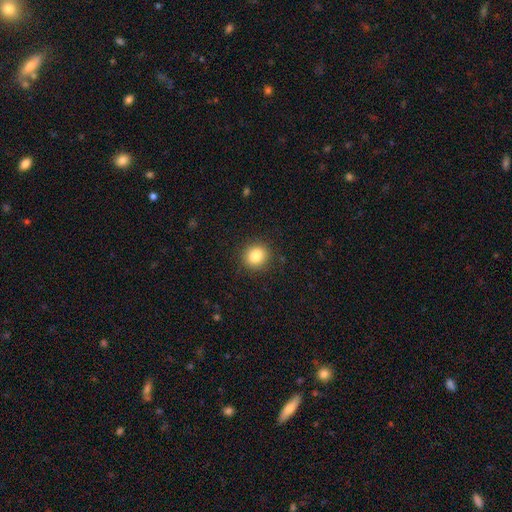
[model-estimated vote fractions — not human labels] Q: Smooth or featured?
A: smooth (86%); runner-up: star or artifact (9%)
Q: How rounded?
A: round (78%); runner-up: in between (21%)
Q: Merging?
A: none (89%); runner-up: minor disturbance (8%)